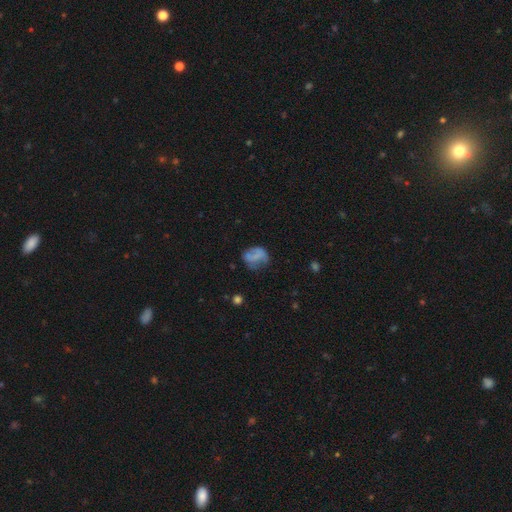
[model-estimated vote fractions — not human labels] This is possibly a smooth galaxy (56%). How rounded: possibly in between (50%). Merging: possibly none (45%).